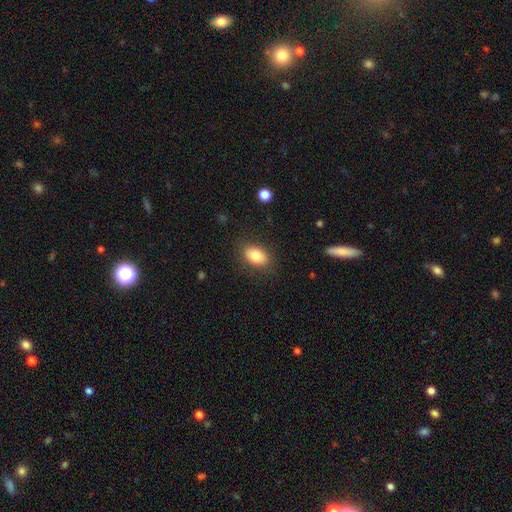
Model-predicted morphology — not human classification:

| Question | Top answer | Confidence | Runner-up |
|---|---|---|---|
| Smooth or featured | smooth | 81% | featured or disk (11%) |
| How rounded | in between | 86% | round (12%) |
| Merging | none | 85% | minor disturbance (11%) |